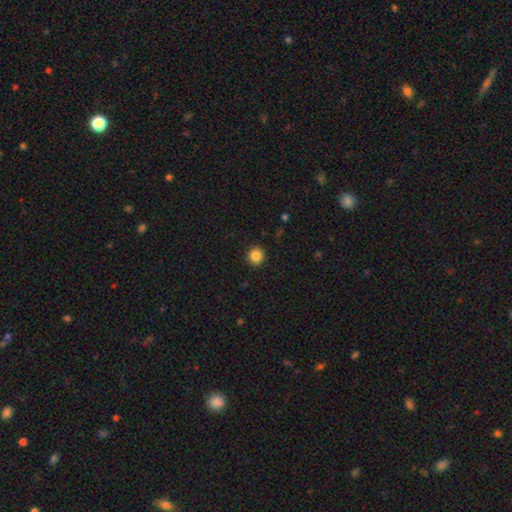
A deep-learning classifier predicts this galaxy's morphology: smooth-or-featured: smooth: 85% | star or artifact: 10% | featured or disk: 5%
  how-rounded: round: 89% | in between: 10% | cigar-shaped: 1%
  merging: none: 91% | minor disturbance: 6% | major disturbance: 2% | merger: 1%